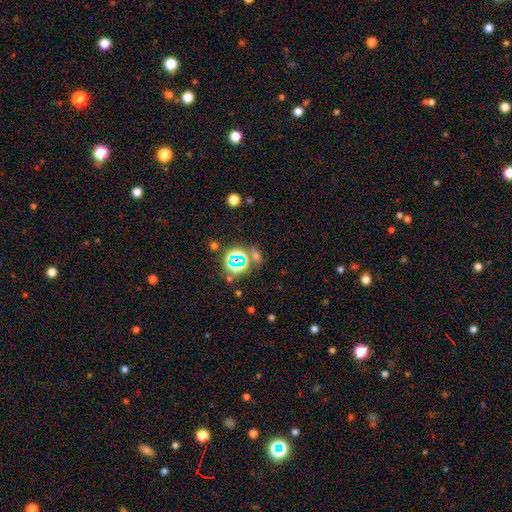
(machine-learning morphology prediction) Smooth or featured? Predicted: star or artifact (p=0.55).